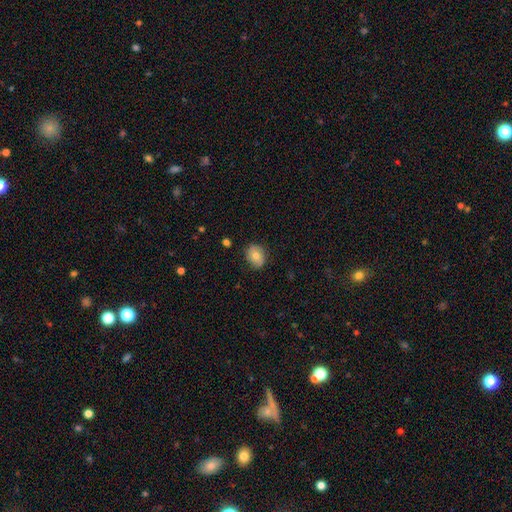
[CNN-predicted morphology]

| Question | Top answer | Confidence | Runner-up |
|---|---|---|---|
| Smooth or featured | smooth | 73% | featured or disk (18%) |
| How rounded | round | 52% | in between (47%) |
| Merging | none | 82% | minor disturbance (14%) |